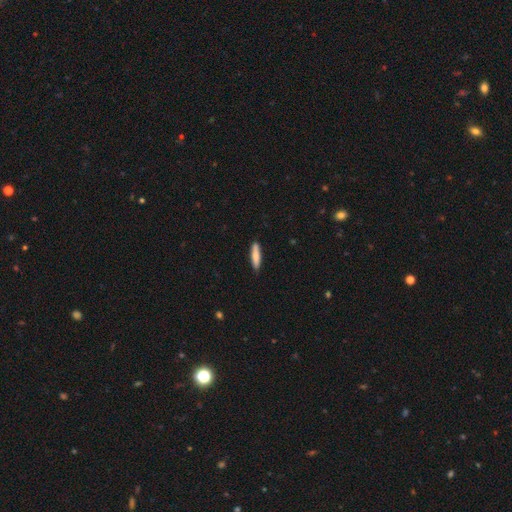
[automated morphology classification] Smooth or featured? smooth (79%)
How rounded? cigar-shaped (83%)
Merging? none (87%)